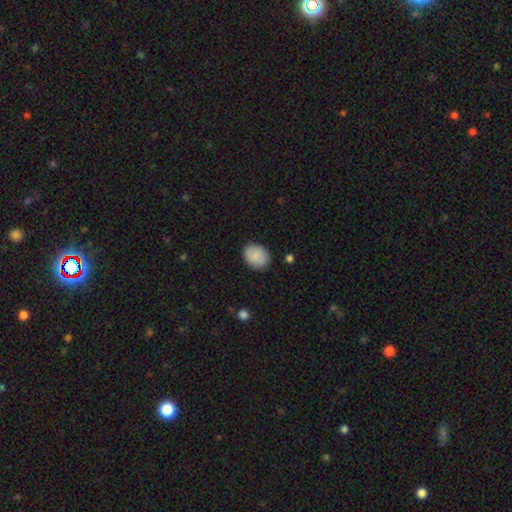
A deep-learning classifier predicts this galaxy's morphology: The model was most divided on "how rounded": round: 56%, in between: 43%, cigar-shaped: 1%. More confident: smooth or featured — smooth (85%); merging — none (84%).